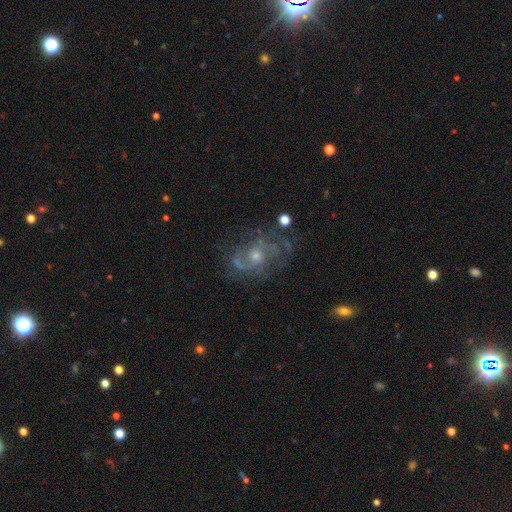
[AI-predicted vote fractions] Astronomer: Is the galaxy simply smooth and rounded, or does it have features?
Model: featured or disk — 65%.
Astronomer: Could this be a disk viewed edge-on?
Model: no — 95%.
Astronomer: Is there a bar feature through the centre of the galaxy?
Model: no — 70%.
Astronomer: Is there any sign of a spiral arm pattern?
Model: yes — 75%.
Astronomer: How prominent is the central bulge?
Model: moderate — 48% (runner-up: small, 44%).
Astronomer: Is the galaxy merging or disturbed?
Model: none — 65%.